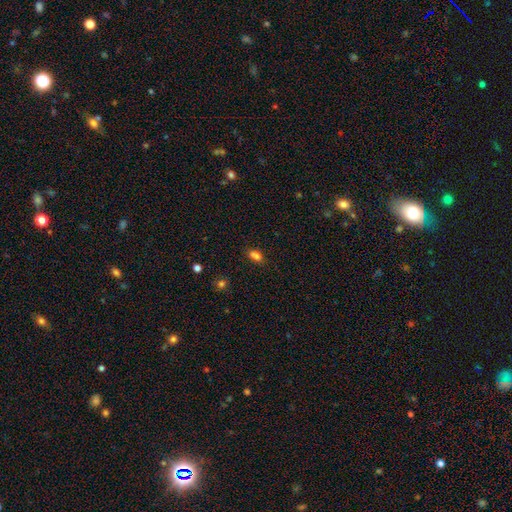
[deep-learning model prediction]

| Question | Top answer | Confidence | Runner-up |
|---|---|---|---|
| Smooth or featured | smooth | 77% | star or artifact (17%) |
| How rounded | in between | 82% | round (10%) |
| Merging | none | 74% | minor disturbance (14%) |